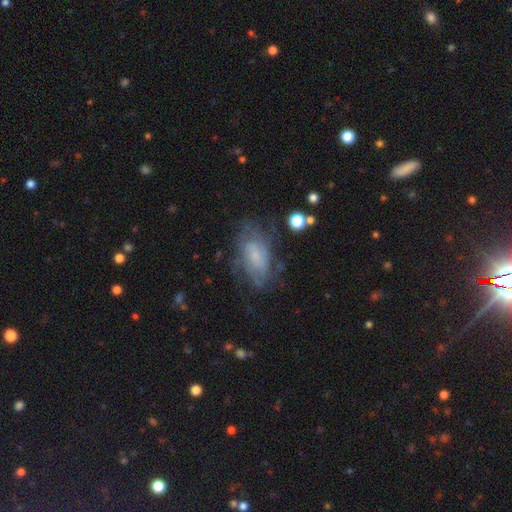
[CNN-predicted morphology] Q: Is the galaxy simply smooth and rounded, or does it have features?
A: featured or disk — 62%.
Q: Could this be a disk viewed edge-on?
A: no — 94%.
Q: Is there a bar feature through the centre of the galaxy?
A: no — 67%.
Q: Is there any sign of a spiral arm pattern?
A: yes — 76%.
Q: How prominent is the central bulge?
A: small — 46%.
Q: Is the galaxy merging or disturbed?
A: none — 61%.